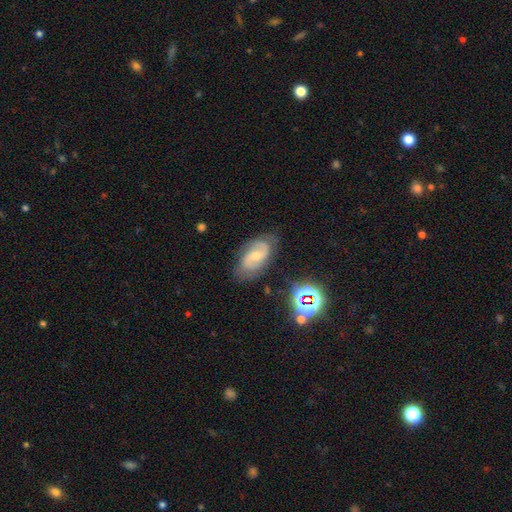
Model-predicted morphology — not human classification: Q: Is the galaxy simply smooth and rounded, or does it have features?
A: featured or disk — 76%.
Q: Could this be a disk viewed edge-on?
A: no — 96%.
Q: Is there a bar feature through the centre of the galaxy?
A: weak — 46%.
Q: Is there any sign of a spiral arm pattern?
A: yes — 93%.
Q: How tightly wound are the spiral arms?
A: medium — 50%.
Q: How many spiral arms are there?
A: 2 — 84%.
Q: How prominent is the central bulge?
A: small — 48%.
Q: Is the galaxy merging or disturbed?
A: none — 73%.